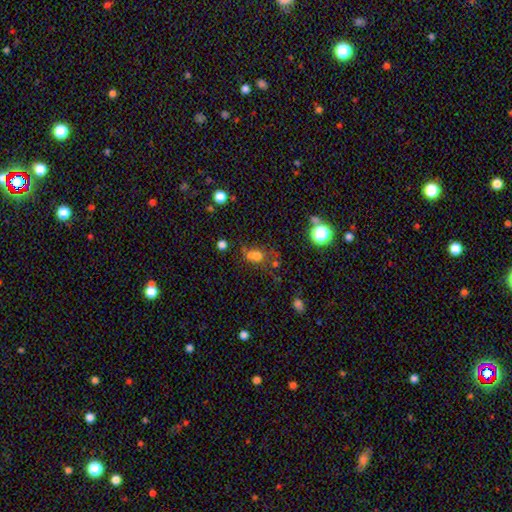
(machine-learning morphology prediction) A smooth galaxy with no disk features (64%) that is round (56%).

Vote fractions:
- Smooth or featured? smooth: 64% / star or artifact: 21% / featured or disk: 15%
- How rounded? round: 56% / in between: 41% / cigar-shaped: 2%
- Merging? merger: 40% / none: 36% / minor disturbance: 14% / major disturbance: 10%